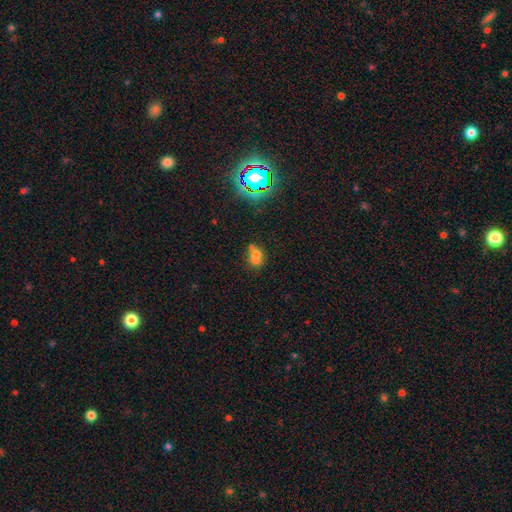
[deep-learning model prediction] This appears to be a smooth galaxy with no disk features (60%) that is in between round and cigar-shaped (58%). Merging: none (41%).